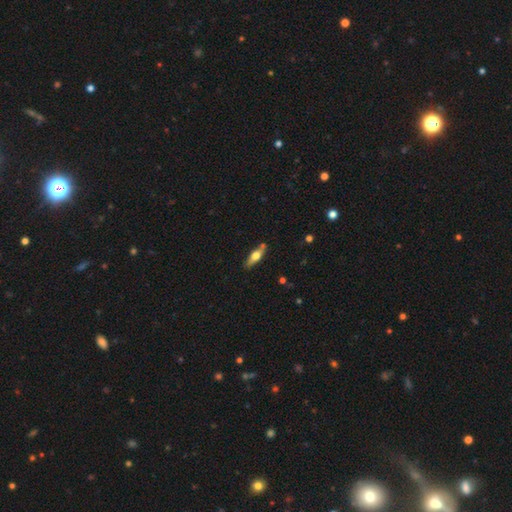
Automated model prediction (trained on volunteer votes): Q: Smooth or featured?
A: featured or disk (50%); runner-up: smooth (44%)
Q: Merging?
A: none (80%); runner-up: minor disturbance (13%)